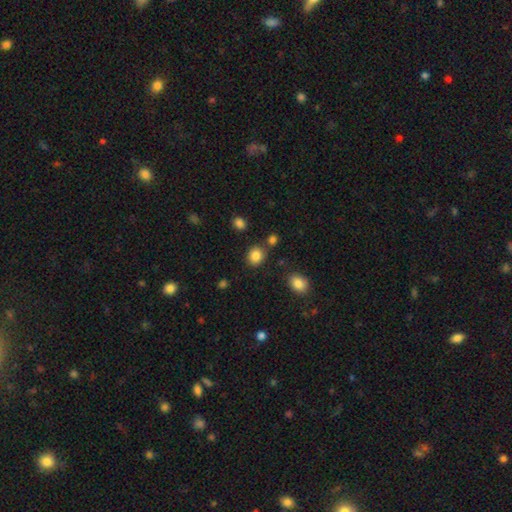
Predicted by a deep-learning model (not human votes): smooth_or_featured: smooth (p=0.85) [alt: star or artifact p=0.10]
how_rounded: round (p=0.70) [alt: in between p=0.29]
merging: none (p=0.82) [alt: minor disturbance p=0.09]